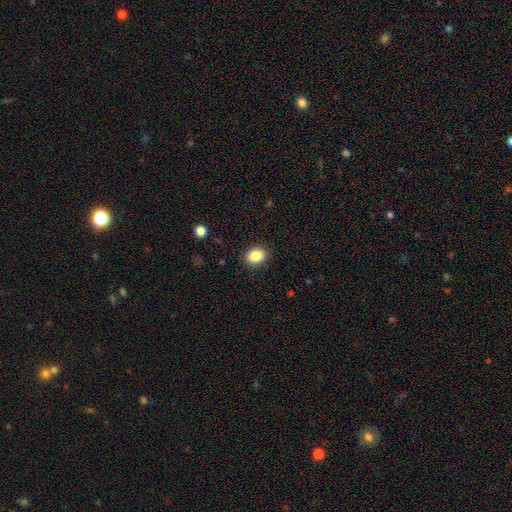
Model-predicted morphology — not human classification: The model was most divided on "how rounded": in between: 56%, round: 43%, cigar-shaped: 1%. More confident: merging — none (90%); smooth or featured — smooth (86%).